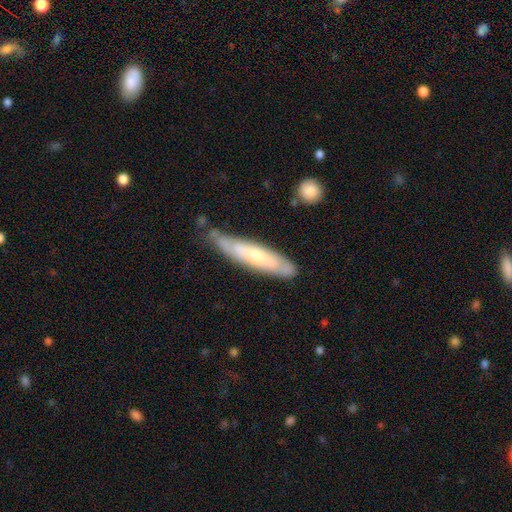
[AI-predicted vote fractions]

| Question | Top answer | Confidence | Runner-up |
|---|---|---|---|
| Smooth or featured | smooth | 48% | featured or disk (46%) |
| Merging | none | 64% | minor disturbance (27%) |